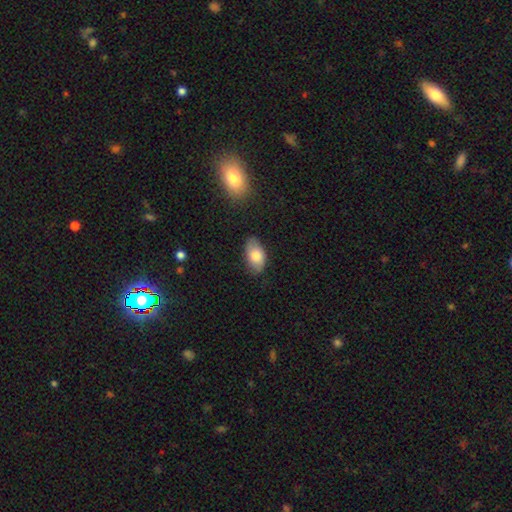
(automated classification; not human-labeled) A smooth galaxy with no disk features (76%) that is in between round and cigar-shaped (93%). Merging: none (77%).